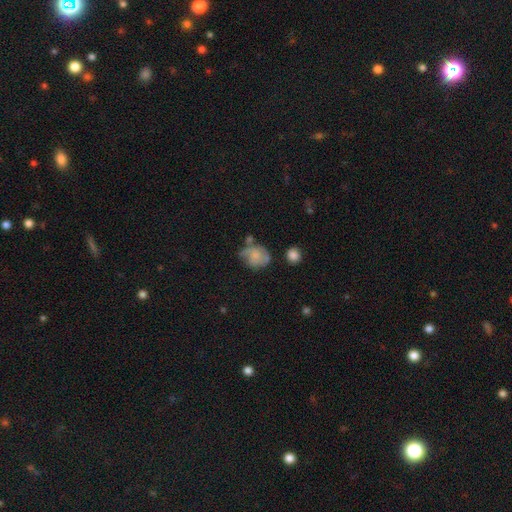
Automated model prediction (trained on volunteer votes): A featured or disk galaxy (49%).

Vote fractions:
- Smooth or featured? featured or disk: 49% / smooth: 43% / star or artifact: 9%
- Merging? none: 47% / minor disturbance: 29% / major disturbance: 15% / merger: 9%